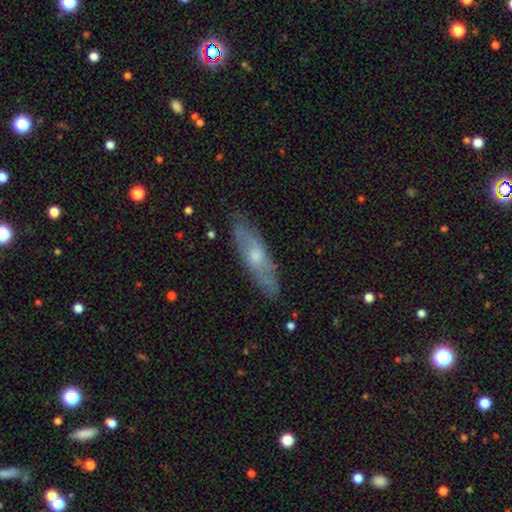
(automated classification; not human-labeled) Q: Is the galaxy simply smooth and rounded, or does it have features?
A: featured or disk — 54%.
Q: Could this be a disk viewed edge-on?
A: no — 57%.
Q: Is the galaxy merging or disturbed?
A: none — 79%.